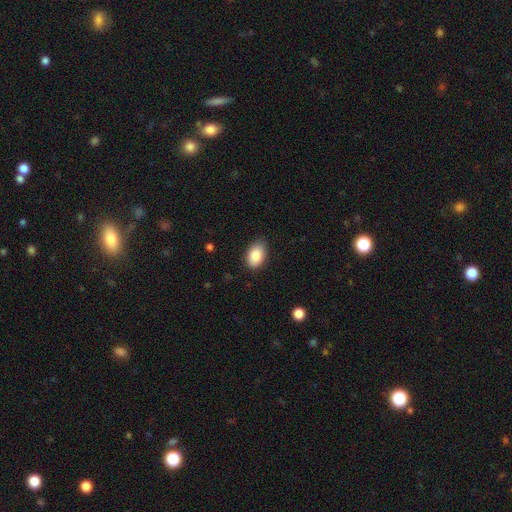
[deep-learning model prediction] Smooth or featured: smooth — 87% (star or artifact — 7%)
How rounded: in between — 91% (round — 8%)
Merging: none — 84% (minor disturbance — 12%)